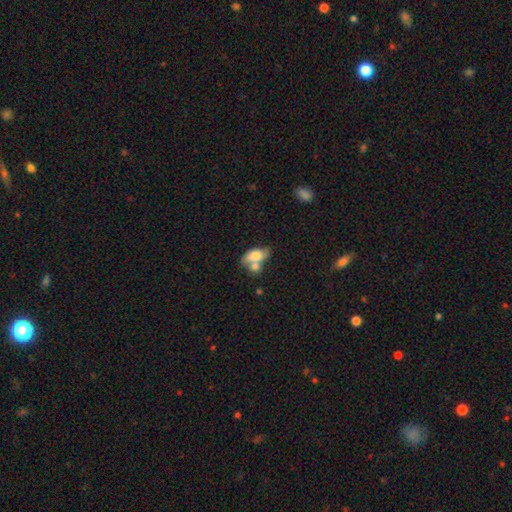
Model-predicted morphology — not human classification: This appears to be a smooth galaxy with no disk features (68%) that is in between round and cigar-shaped (88%). Merging: merger (50%).